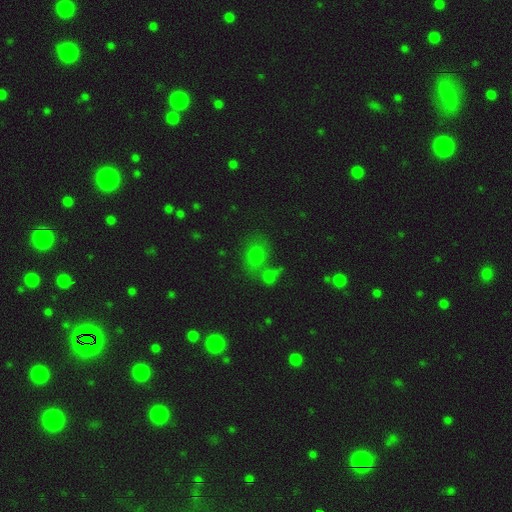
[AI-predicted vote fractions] Smooth or featured?
  - smooth: 71% *
  - star or artifact: 17%
  - featured or disk: 12%
How rounded?
  - round: 55% *
  - in between: 43%
  - cigar-shaped: 2%
Merging?
  - none: 46% *
  - merger: 33%
  - minor disturbance: 13%
  - major disturbance: 8%